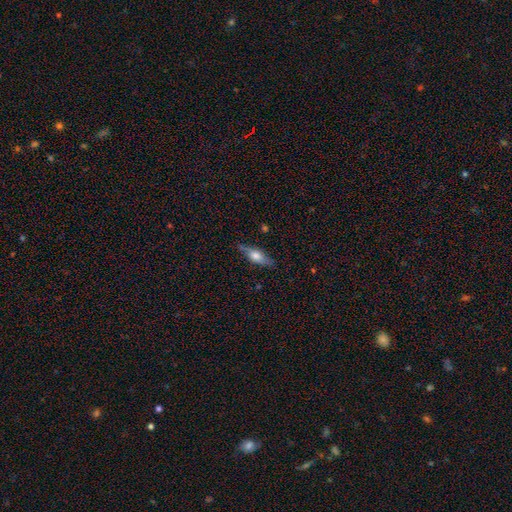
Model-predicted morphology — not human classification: Overall: smooth (47%; featured or disk 46%). Merging: none (78%).